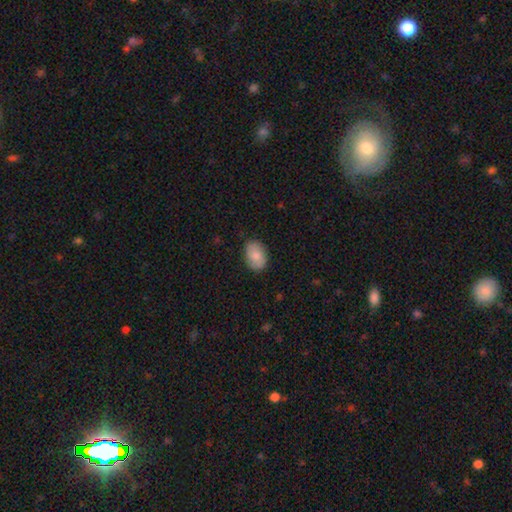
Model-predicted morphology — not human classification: This is likely a smooth galaxy (80%). How rounded: clearly in between (84%). Merging: clearly none (84%).